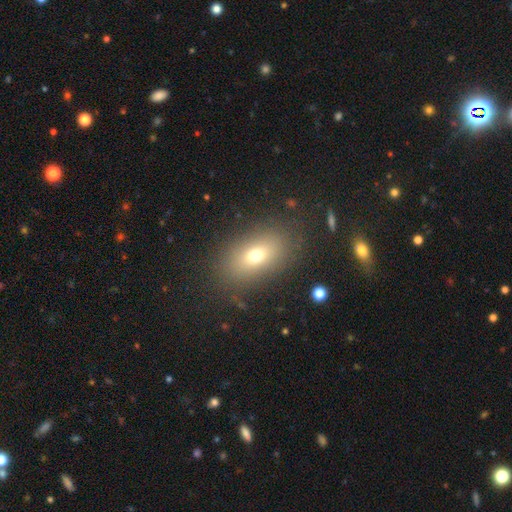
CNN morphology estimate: smooth_or_featured: smooth (p=0.70) [alt: featured or disk p=0.16]
how_rounded: in between (p=0.81) [alt: round p=0.15]
merging: none (p=0.83) [alt: minor disturbance p=0.10]